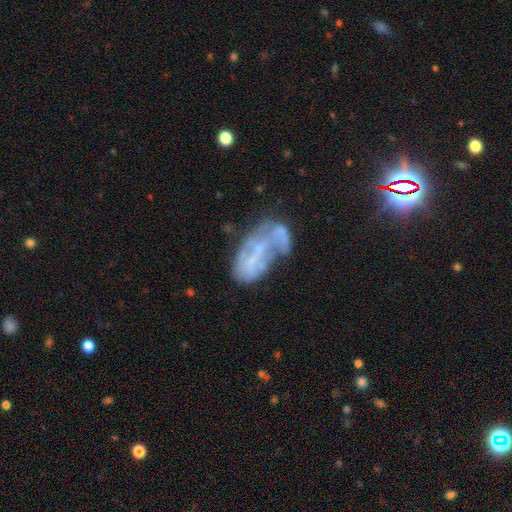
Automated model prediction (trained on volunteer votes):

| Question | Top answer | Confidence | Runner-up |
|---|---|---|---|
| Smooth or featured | featured or disk | 63% | smooth (25%) |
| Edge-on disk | no | 95% | yes (5%) |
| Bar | no | 57% | weak (26%) |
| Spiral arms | no | 63% | yes (37%) |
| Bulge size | none | 59% | small (28%) |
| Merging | major disturbance | 32% | none (29%) |